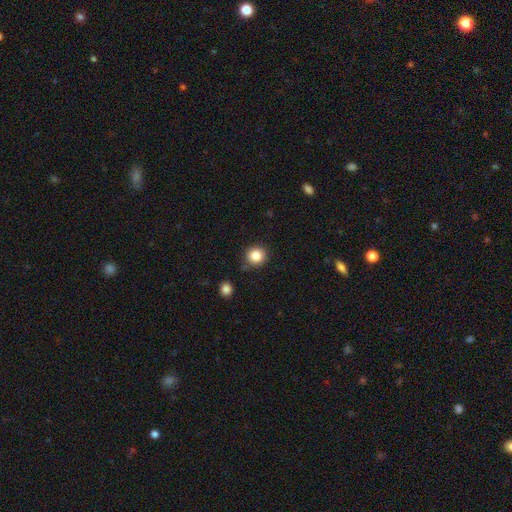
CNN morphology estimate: A smooth galaxy with no disk features (85%) that is round (91%).

Vote fractions:
- Smooth or featured? smooth: 85% / star or artifact: 10% / featured or disk: 4%
- How rounded? round: 91% / in between: 8% / cigar-shaped: 1%
- Merging? none: 84% / minor disturbance: 9% / merger: 4% / major disturbance: 3%